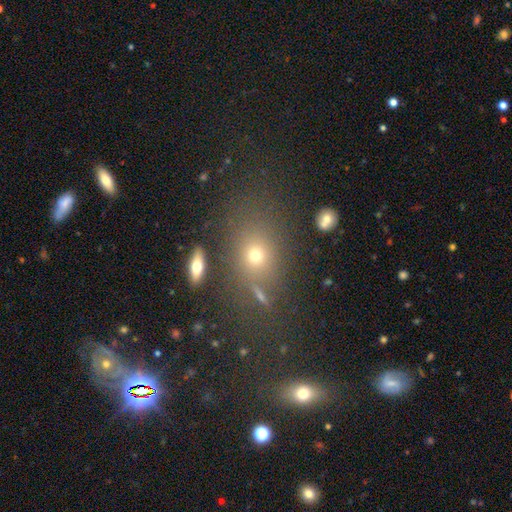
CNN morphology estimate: The model was most divided on "how rounded": in between: 50%, round: 47%, cigar-shaped: 3%. More confident: merging — none (71%); smooth or featured — smooth (63%).